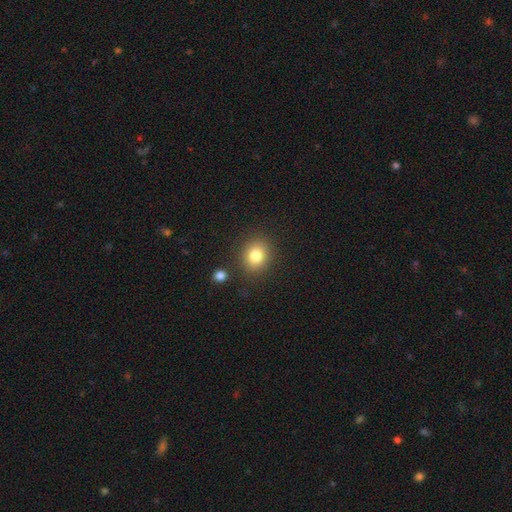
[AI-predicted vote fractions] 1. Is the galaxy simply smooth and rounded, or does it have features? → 81% smooth, 11% star or artifact, 8% featured or disk.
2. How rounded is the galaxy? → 73% round, 26% in between, 1% cigar-shaped.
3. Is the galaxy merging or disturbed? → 85% none, 9% minor disturbance, 4% merger, 3% major disturbance.